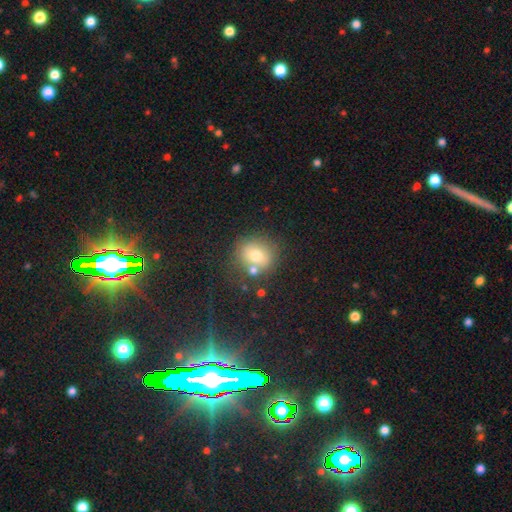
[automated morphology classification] Smooth or featured?
  - smooth: 70% *
  - featured or disk: 17%
  - star or artifact: 13%
How rounded?
  - round: 77% *
  - in between: 22%
  - cigar-shaped: 1%
Merging?
  - none: 64% *
  - merger: 18%
  - minor disturbance: 14%
  - major disturbance: 5%